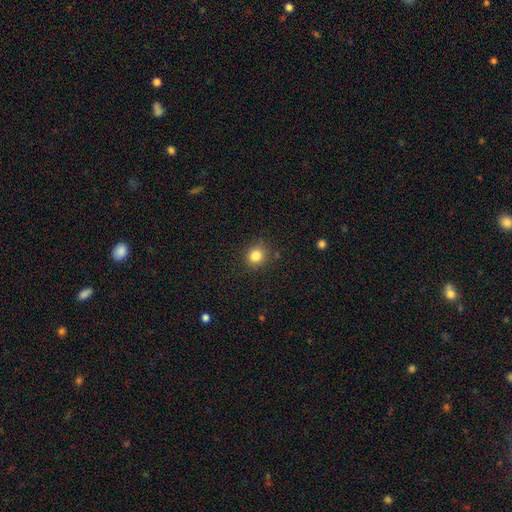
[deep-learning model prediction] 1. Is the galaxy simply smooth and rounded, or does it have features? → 85% smooth, 11% star or artifact, 4% featured or disk.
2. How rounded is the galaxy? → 77% round, 22% in between, 1% cigar-shaped.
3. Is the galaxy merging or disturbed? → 84% none, 11% minor disturbance, 3% major disturbance, 2% merger.